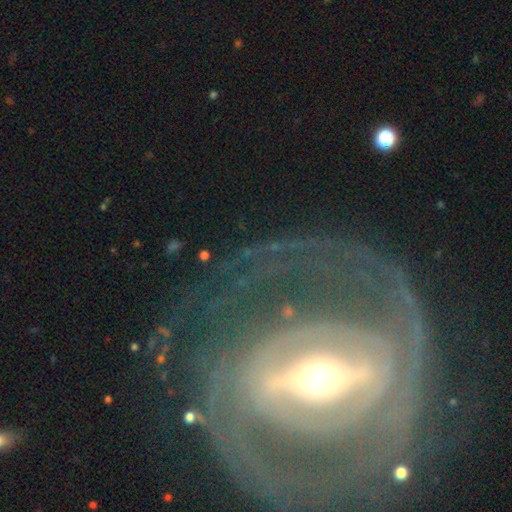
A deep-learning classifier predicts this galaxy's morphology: smooth_or_featured: featured or disk (p=0.87) [alt: smooth p=0.07]
disk_edge_on: no (p=0.93) [alt: yes p=0.07]
bar: strong (p=0.70) [alt: weak p=0.19]
has_spiral_arms: yes (p=0.85) [alt: no p=0.15]
spiral_winding: tight (p=0.54) [alt: medium p=0.33]
spiral_arm_count: 2 (p=0.46) [alt: can't tell p=0.24]
bulge_size: moderate (p=0.49) [alt: small p=0.40]
merging: none (p=0.66) [alt: major disturbance p=0.18]